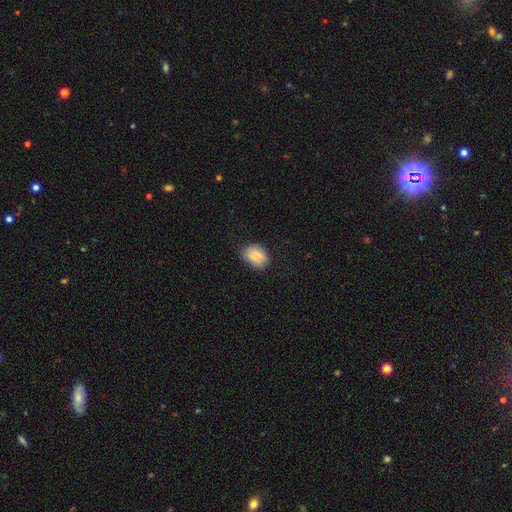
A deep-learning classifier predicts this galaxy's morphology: smooth-or-featured: smooth: 81% | featured or disk: 10% | star or artifact: 9%
  how-rounded: in between: 68% | round: 31% | cigar-shaped: 1%
  merging: none: 67% | minor disturbance: 26% | major disturbance: 6% | merger: 2%